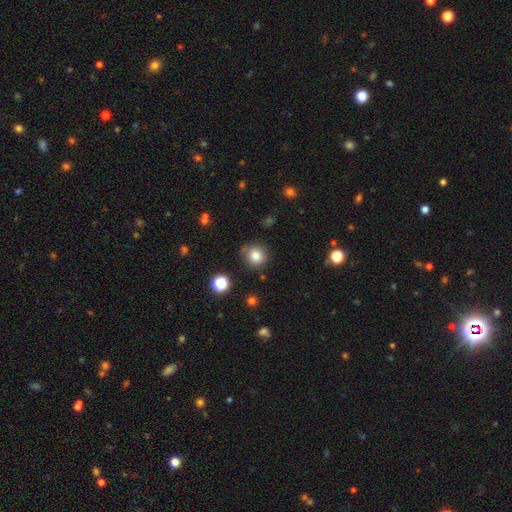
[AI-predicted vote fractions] Smooth or featured: smooth — 81% (star or artifact — 12%)
How rounded: round — 90% (in between — 9%)
Merging: none — 81% (minor disturbance — 12%)